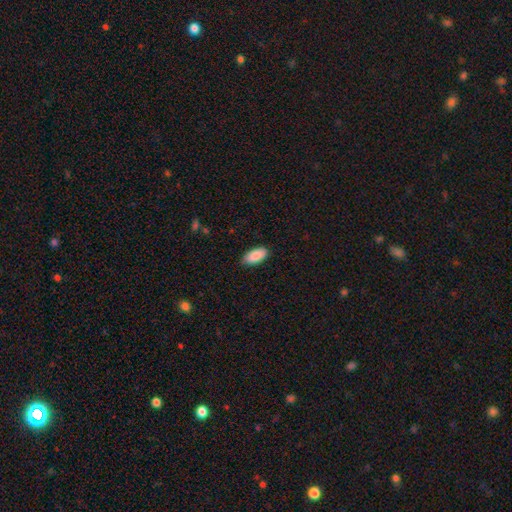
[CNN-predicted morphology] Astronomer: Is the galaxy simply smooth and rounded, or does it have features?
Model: smooth — 87%.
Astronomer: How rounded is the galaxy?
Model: in between — 92%.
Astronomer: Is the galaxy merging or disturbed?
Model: none — 86%.